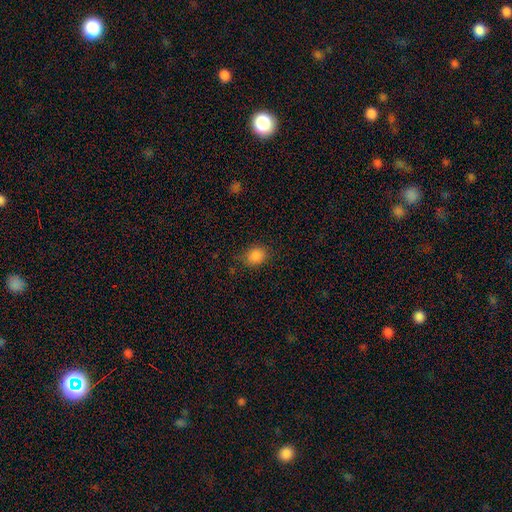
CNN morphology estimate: smooth 86%, star or artifact 10%, featured or disk 4%. Down the decision tree: how rounded — in between (50%); merging — none (74%).